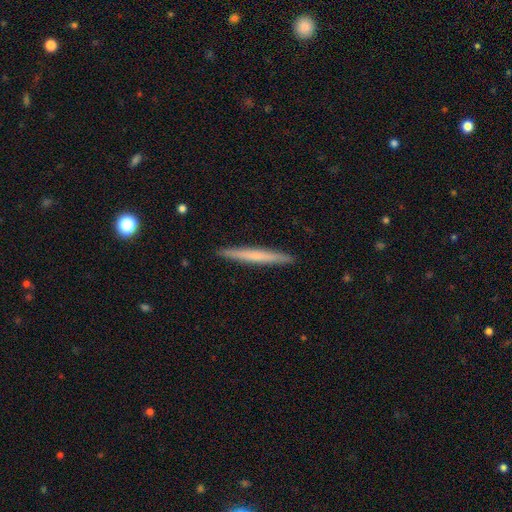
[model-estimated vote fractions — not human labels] Smooth or featured? smooth (54%)
How rounded? cigar-shaped (97%)
Merging? none (93%)